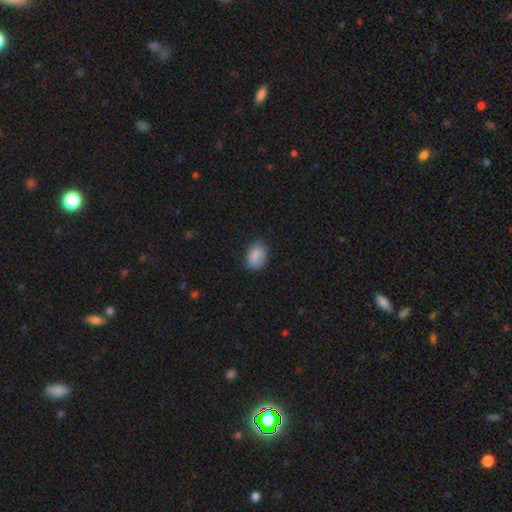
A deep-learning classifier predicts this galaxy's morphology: smooth-or-featured: smooth: 85% | star or artifact: 8% | featured or disk: 7%
  how-rounded: in between: 79% | round: 20% | cigar-shaped: 1%
  merging: none: 70% | minor disturbance: 24% | major disturbance: 5% | merger: 1%